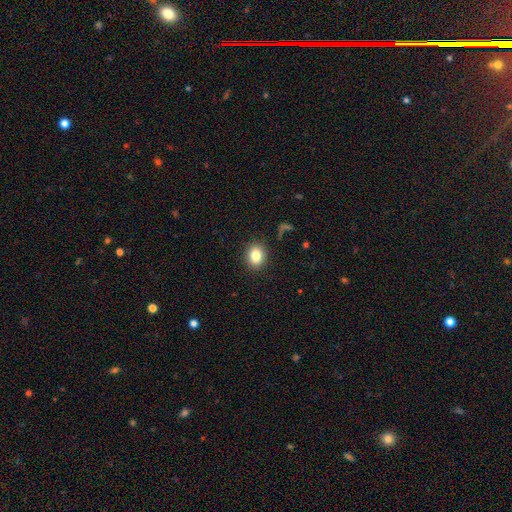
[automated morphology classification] The model was most divided on "how rounded": in between: 52%, round: 47%, cigar-shaped: 1%. More confident: merging — none (88%); smooth or featured — smooth (83%).